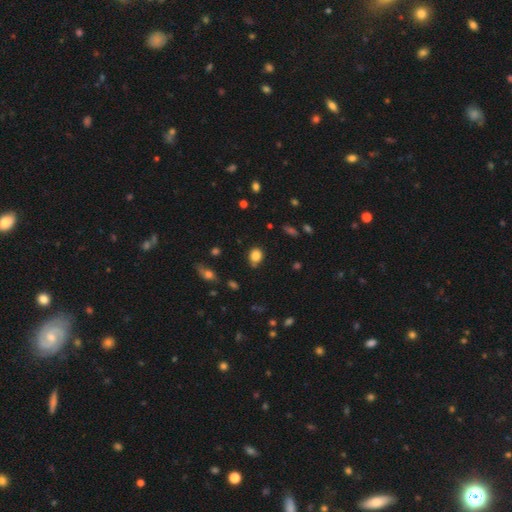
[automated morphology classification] smooth-or-featured: smooth: 83% | star or artifact: 11% | featured or disk: 6%
  how-rounded: round: 58% | in between: 41% | cigar-shaped: 1%
  merging: none: 74% | minor disturbance: 19% | major disturbance: 4% | merger: 3%